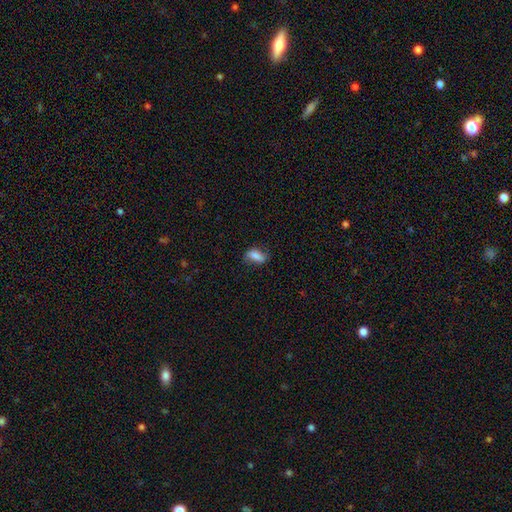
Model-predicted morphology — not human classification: smooth_or_featured: smooth (p=0.72) [alt: featured or disk p=0.19]
how_rounded: in between (p=0.84) [alt: cigar-shaped p=0.09]
merging: none (p=0.69) [alt: minor disturbance p=0.22]